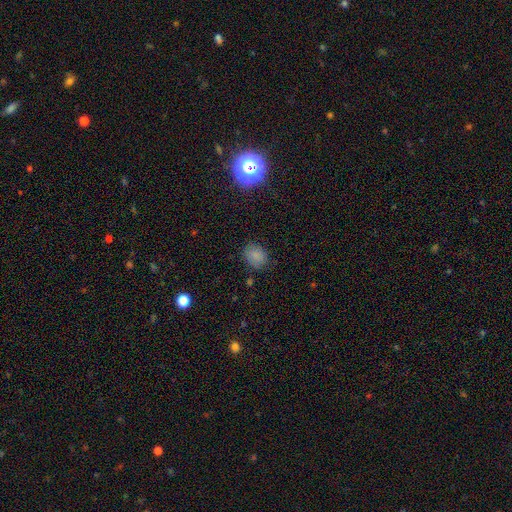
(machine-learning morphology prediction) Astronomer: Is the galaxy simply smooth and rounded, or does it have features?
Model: smooth — 82%.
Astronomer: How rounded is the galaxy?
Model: round — 52% (runner-up: in between, 47%).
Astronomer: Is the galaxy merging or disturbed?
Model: none — 79%.